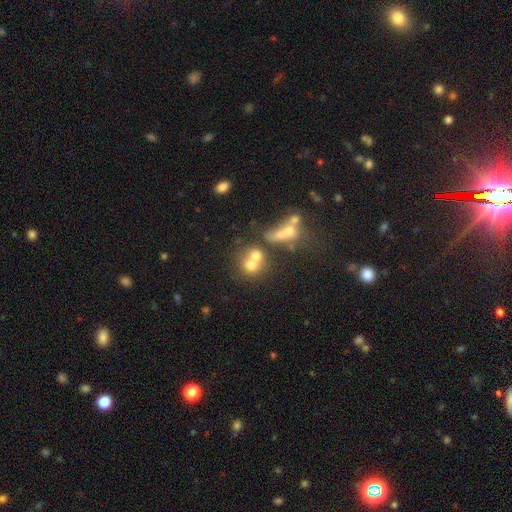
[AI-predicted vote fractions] Overall: smooth (62%; featured or disk 23%). How rounded: round (74%). Merging: merger (58%; none 29%).